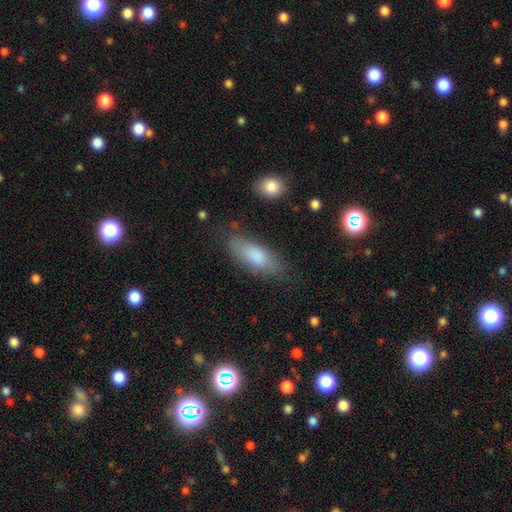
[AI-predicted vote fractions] This is clearly a smooth galaxy (81%). How rounded: likely in between (73%). Merging: likely none (74%).